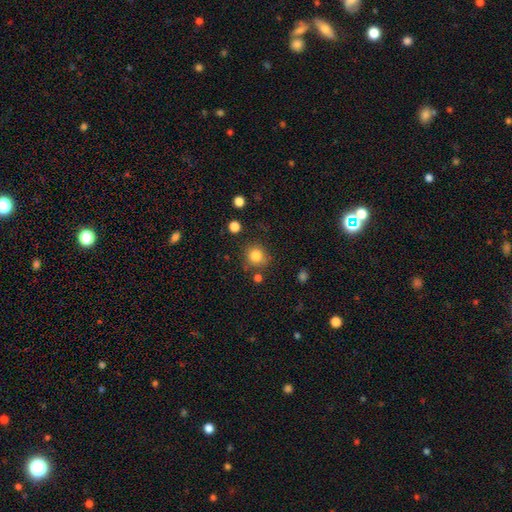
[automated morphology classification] This is clearly a smooth galaxy (83%). How rounded: clearly round (88%). Merging: likely none (79%).